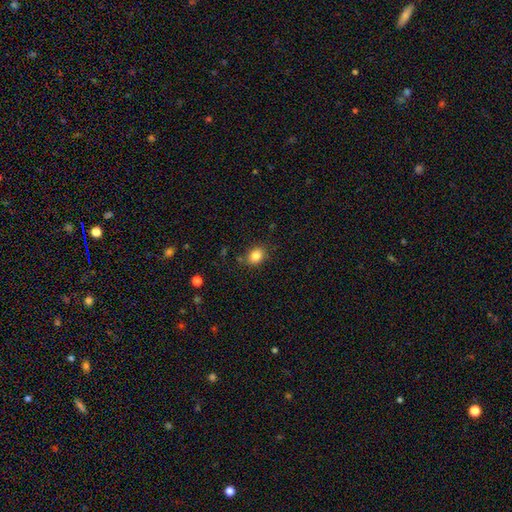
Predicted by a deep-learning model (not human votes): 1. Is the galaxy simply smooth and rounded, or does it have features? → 84% smooth, 10% star or artifact, 6% featured or disk.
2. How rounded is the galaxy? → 52% in between, 47% round, 1% cigar-shaped.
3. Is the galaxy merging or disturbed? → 82% none, 13% minor disturbance, 3% major disturbance, 3% merger.